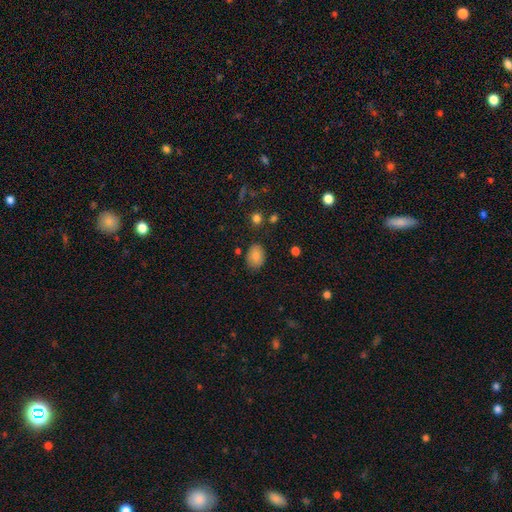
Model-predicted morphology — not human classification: Smooth or featured: smooth — 81% (featured or disk — 11%)
How rounded: in between — 75% (round — 24%)
Merging: none — 82% (minor disturbance — 13%)